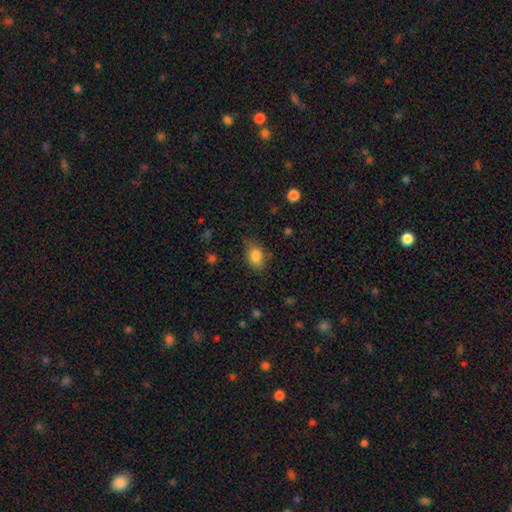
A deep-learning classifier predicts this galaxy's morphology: Smooth or featured: smooth — 82% (star or artifact — 9%)
How rounded: in between — 77% (round — 21%)
Merging: none — 71% (minor disturbance — 23%)